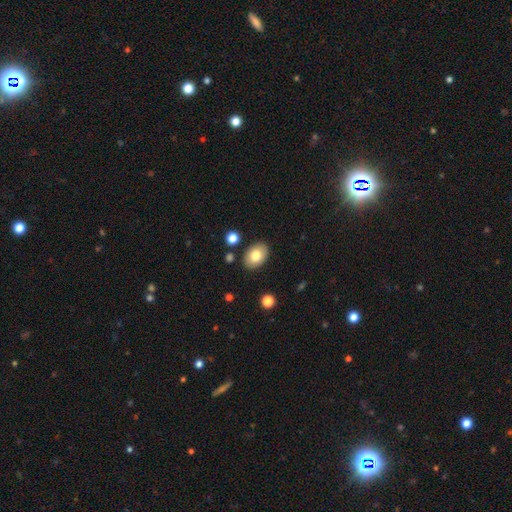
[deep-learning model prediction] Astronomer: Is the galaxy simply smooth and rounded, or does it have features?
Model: smooth — 78%.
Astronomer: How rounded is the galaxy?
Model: in between — 84%.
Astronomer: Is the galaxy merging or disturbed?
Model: none — 86%.